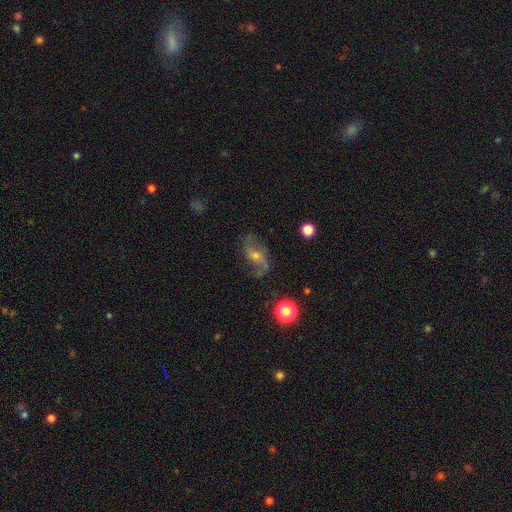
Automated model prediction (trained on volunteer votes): A featured or disk galaxy (76%) with no bar (46%), 2 (86%) loose (66%) spiral arms (90%) and a small central bulge (52%).

Vote fractions:
- Smooth or featured? featured or disk: 76% / smooth: 15% / star or artifact: 9%
- Edge-on disk? no: 95% / yes: 5%
- Bar? no: 46% / weak: 38% / strong: 17%
- Spiral arms? yes: 90% / no: 10%
- Spiral winding? loose: 66% / medium: 26% / tight: 8%
- Spiral arm count? 2: 86% / 1: 5% / can't tell: 5% / 3: 1% / 4: 1% / more than 4: 1%
- Bulge size? small: 52% / moderate: 42% / none: 3% / large: 3% / dominant: 1%
- Merging? none: 65% / minor disturbance: 19% / major disturbance: 13% / merger: 2%